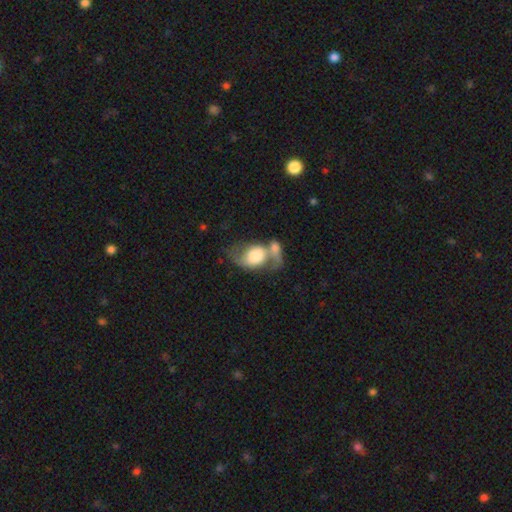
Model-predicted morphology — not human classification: Smooth or featured? featured or disk (53%)
Edge-on disk? no (95%)
Bar? no (69%)
Spiral arms? yes (74%)
Bulge size? large (48%)
Merging? merger (52%)